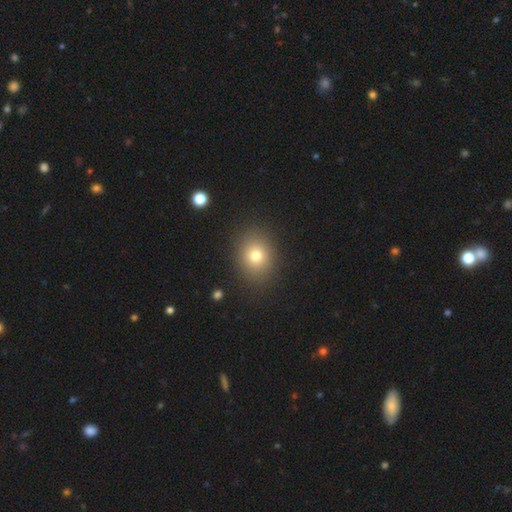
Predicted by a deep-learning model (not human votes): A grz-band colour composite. It shows a smooth galaxy with no disk features (76%) that is round (58%). Merging: none (87%).